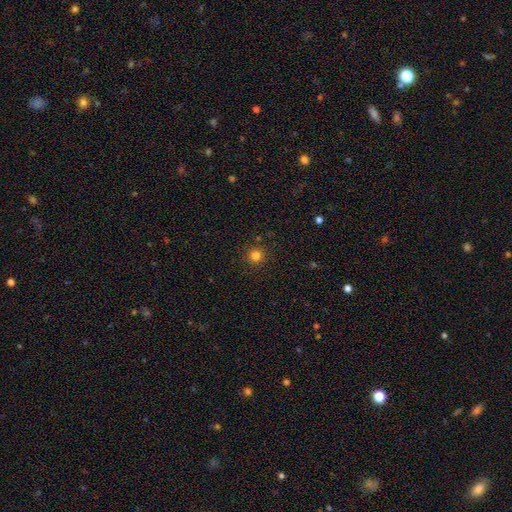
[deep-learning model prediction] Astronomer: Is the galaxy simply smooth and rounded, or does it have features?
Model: smooth — 81%.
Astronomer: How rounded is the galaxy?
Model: round — 94%.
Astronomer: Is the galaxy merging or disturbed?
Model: none — 89%.